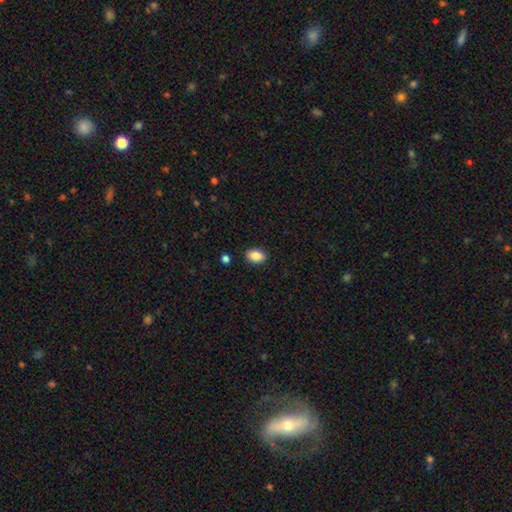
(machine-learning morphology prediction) smooth 88%, star or artifact 8%, featured or disk 4%. Down the decision tree: how rounded — in between (86%); merging — none (89%).